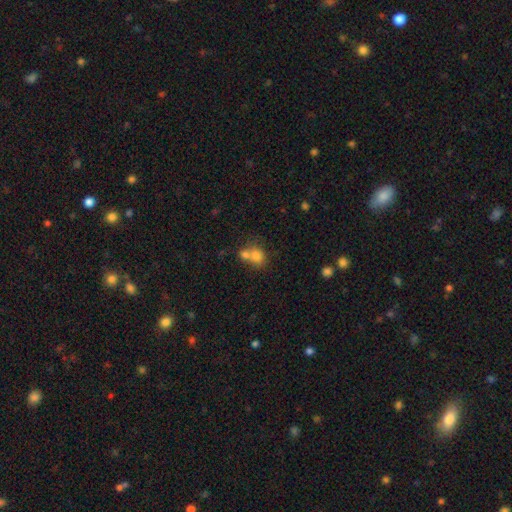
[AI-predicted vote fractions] This appears to be a smooth galaxy with no disk features (76%) that is round (60%). Merging: merger (58%).